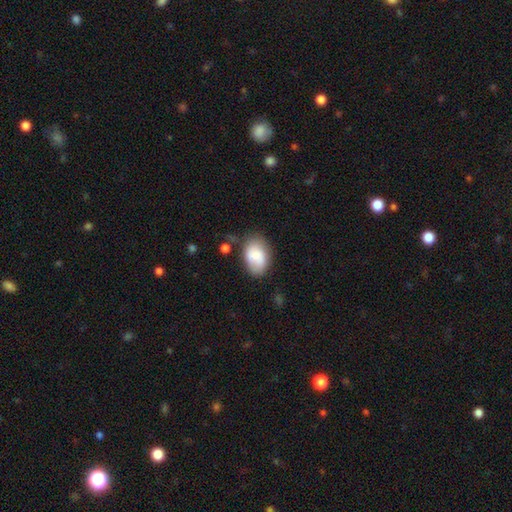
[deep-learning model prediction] Overall: smooth (80%). How rounded: in between (85%). Merging: none (62%; minor disturbance 25%).